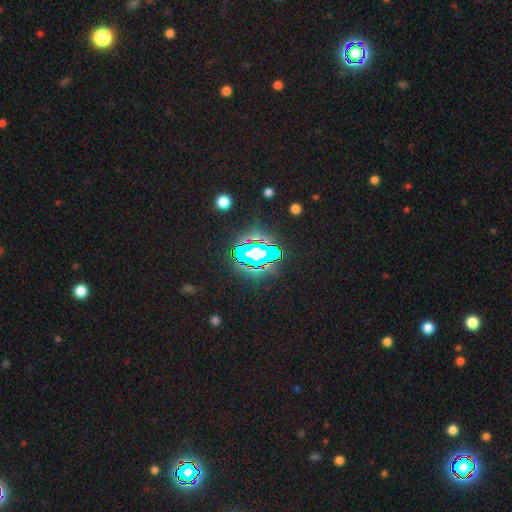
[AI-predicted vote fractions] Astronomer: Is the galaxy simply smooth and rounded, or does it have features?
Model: star or artifact — 73%.